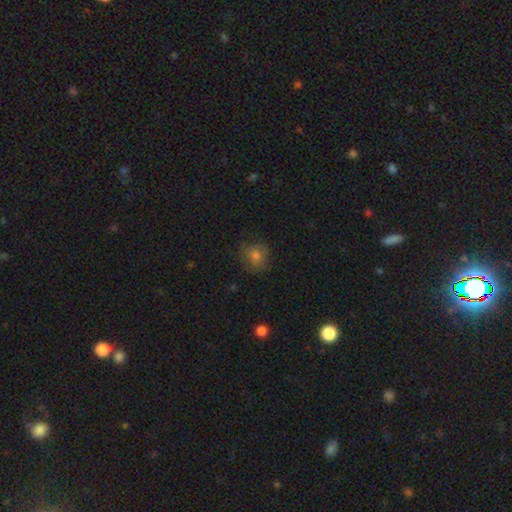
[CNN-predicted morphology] A smooth galaxy with no disk features (77%) that is round (86%).

Vote fractions:
- Smooth or featured? smooth: 77% / star or artifact: 12% / featured or disk: 11%
- How rounded? round: 86% / in between: 13% / cigar-shaped: 1%
- Merging? none: 77% / minor disturbance: 17% / major disturbance: 5% / merger: 1%